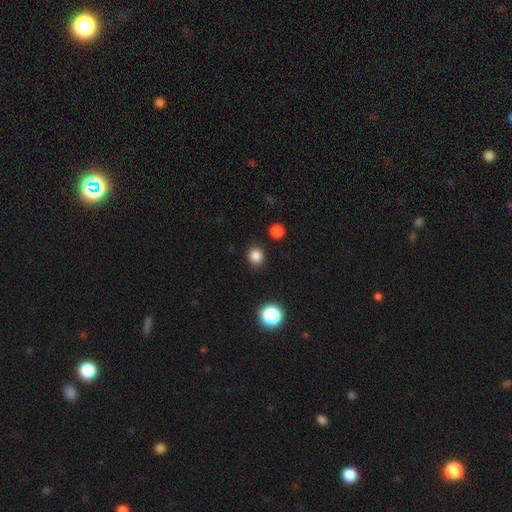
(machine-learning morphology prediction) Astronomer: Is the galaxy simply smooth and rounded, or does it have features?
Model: smooth — 84%.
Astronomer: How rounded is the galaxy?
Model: round — 77%.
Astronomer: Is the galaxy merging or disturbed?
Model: none — 87%.